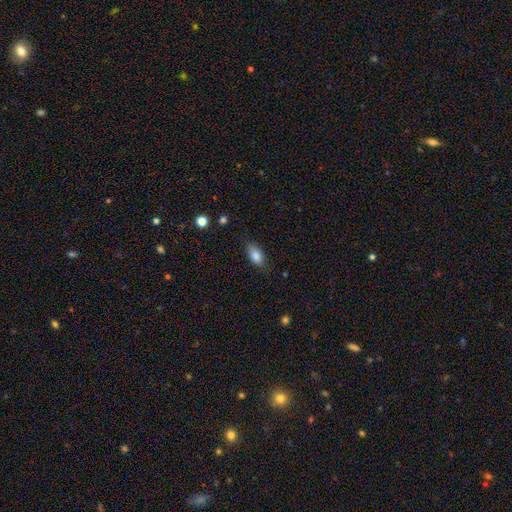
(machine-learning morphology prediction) Smooth or featured?
  - smooth: 85% *
  - star or artifact: 8%
  - featured or disk: 7%
How rounded?
  - in between: 90% *
  - cigar-shaped: 6%
  - round: 5%
Merging?
  - none: 79% *
  - minor disturbance: 16%
  - major disturbance: 4%
  - merger: 1%